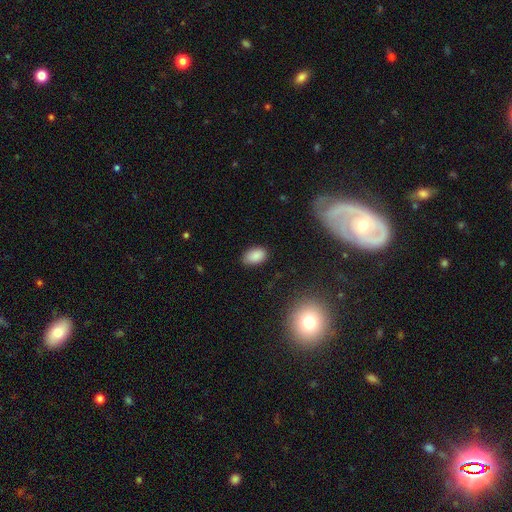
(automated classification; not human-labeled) Morphology: type=smooth (87%); roundness=in between (92%); merging=none (83%).